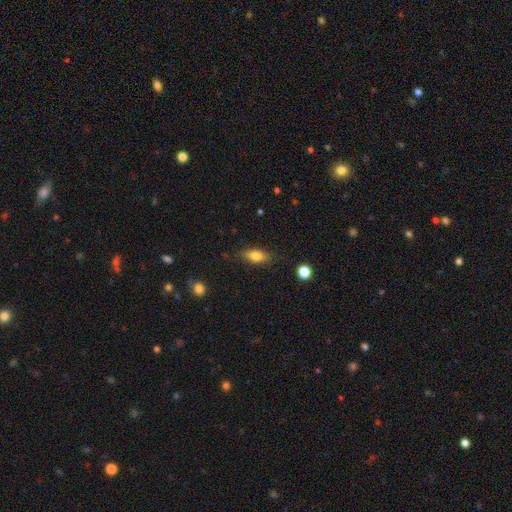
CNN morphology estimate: smooth_or_featured: smooth (p=0.74) [alt: featured or disk p=0.18]
how_rounded: in between (p=0.77) [alt: cigar-shaped p=0.17]
merging: none (p=0.81) [alt: minor disturbance p=0.15]